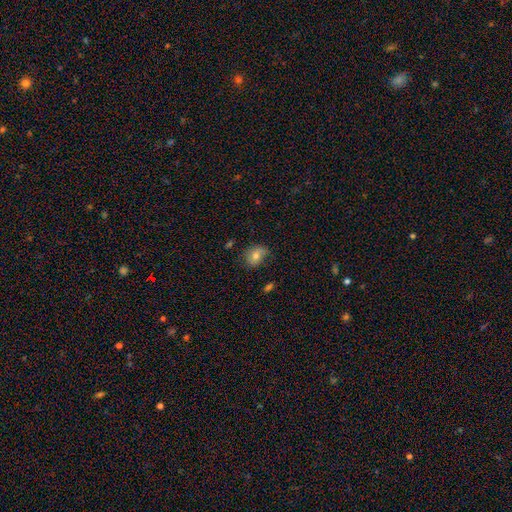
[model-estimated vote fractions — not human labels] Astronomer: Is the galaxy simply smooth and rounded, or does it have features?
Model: smooth — 70%.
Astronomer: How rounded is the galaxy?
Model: in between — 57% (runner-up: round, 42%).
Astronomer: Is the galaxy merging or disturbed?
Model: none — 61%.